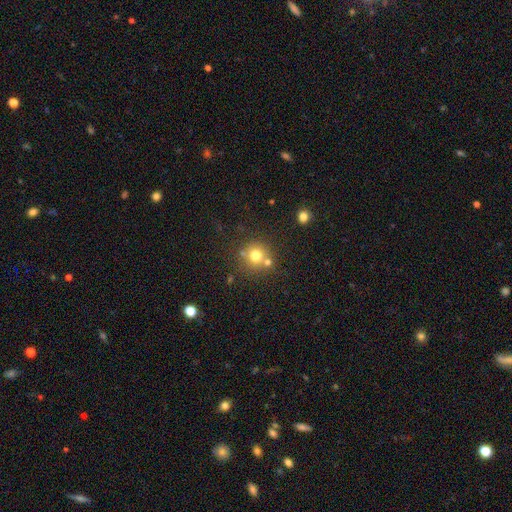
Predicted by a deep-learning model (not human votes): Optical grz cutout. It shows a smooth galaxy with no disk features (74%) that is round (92%). Merging: none (67%).